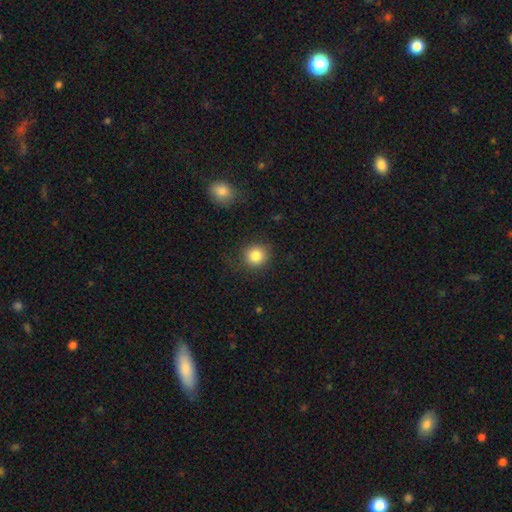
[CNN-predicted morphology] smooth_or_featured: smooth (p=0.84) [alt: star or artifact p=0.10]
how_rounded: round (p=0.88) [alt: in between p=0.11]
merging: none (p=0.81) [alt: minor disturbance p=0.13]